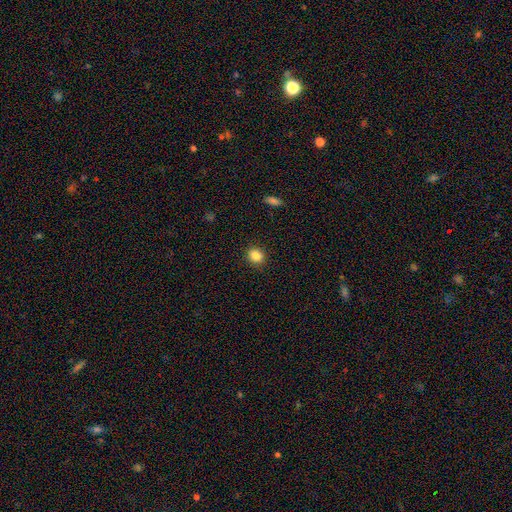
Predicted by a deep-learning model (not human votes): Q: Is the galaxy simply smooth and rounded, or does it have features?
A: smooth — 85%.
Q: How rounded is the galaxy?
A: round — 70%.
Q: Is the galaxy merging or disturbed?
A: none — 90%.